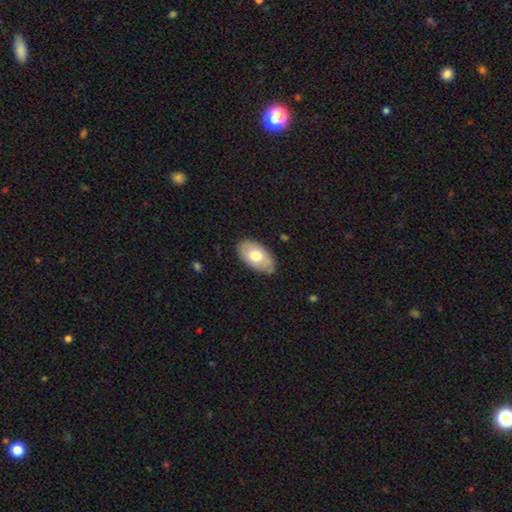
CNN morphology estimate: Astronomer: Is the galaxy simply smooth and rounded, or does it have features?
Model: smooth — 71%.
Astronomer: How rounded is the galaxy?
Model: in between — 94%.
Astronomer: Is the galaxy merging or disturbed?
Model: none — 82%.